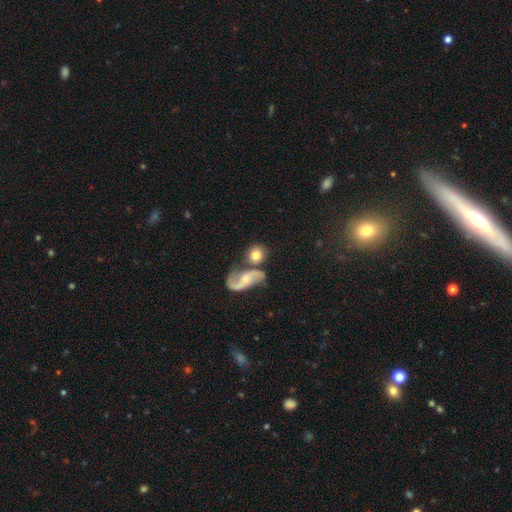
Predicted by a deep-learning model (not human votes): This appears to be a smooth galaxy with no disk features (60%) that is round (77%). Merging: none (51%).